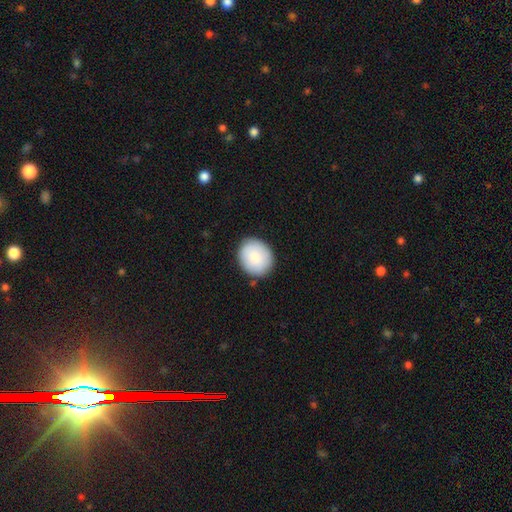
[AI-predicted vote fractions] This appears to be a smooth galaxy with no disk features (86%) that is round (67%). Merging: none (85%).